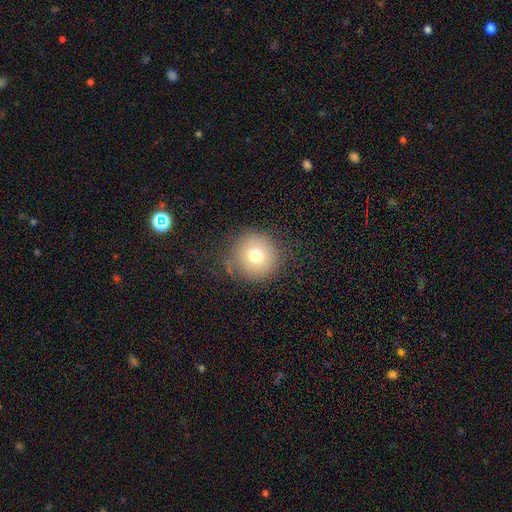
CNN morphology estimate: A smooth galaxy with no disk features (72%) that is round (94%). Merging: none (81%).